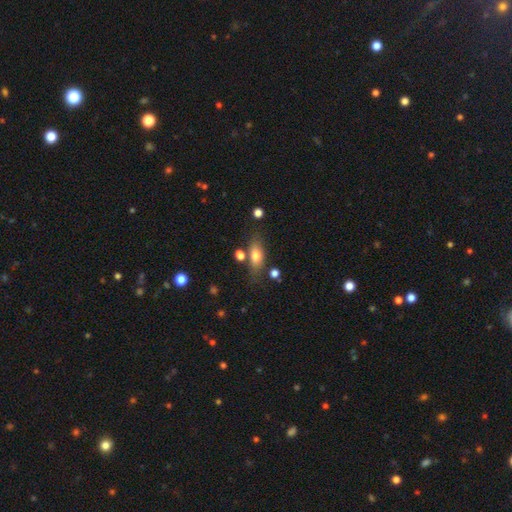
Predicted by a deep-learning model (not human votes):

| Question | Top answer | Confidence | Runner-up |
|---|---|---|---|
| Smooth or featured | smooth | 74% | featured or disk (18%) |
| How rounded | in between | 78% | cigar-shaped (15%) |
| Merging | none | 67% | minor disturbance (17%) |